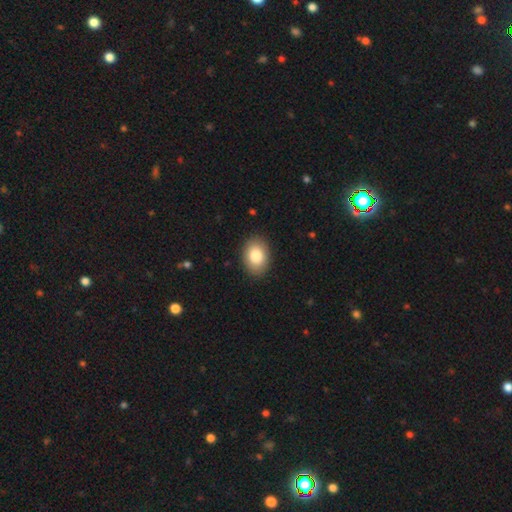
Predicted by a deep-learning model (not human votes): Q: Smooth or featured?
A: smooth (85%); runner-up: featured or disk (8%)
Q: How rounded?
A: in between (81%); runner-up: round (18%)
Q: Merging?
A: none (89%); runner-up: minor disturbance (8%)